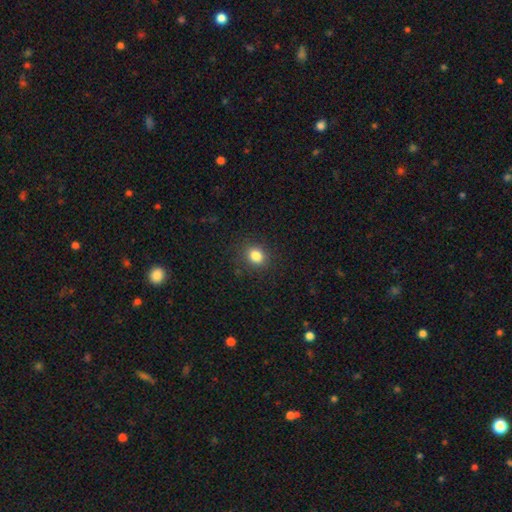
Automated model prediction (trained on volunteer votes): A smooth galaxy with no disk features (84%) that is round (64%). Merging: none (87%).